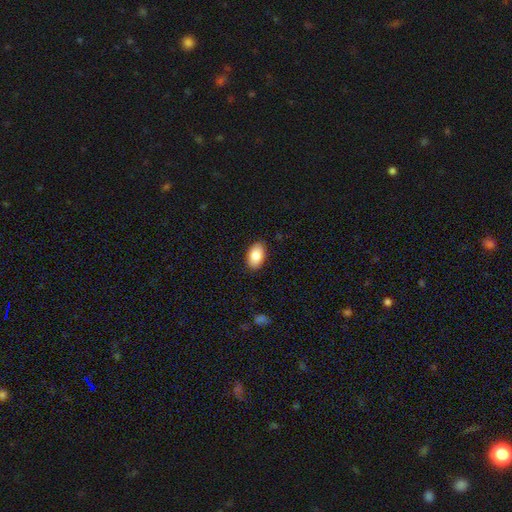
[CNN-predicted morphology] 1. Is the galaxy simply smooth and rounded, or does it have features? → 86% smooth, 7% featured or disk, 7% star or artifact.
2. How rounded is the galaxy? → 92% in between, 6% round, 1% cigar-shaped.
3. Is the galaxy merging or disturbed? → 87% none, 10% minor disturbance, 2% major disturbance, 1% merger.